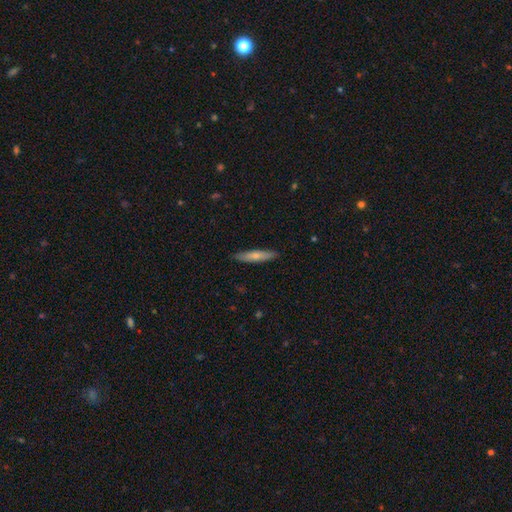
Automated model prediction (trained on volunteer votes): The model was most divided on "smooth or featured": smooth: 64%, featured or disk: 31%, star or artifact: 5%. More confident: merging — none (89%); how rounded — cigar-shaped (86%).